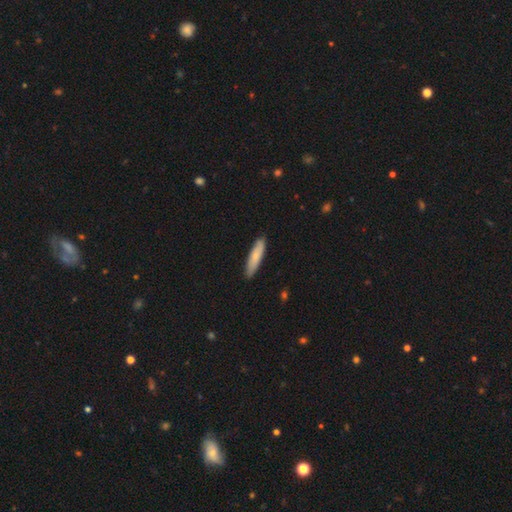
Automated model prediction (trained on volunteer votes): smooth-or-featured: smooth: 76% | featured or disk: 18% | star or artifact: 5%
  how-rounded: cigar-shaped: 78% | in between: 21% | round: 1%
  merging: none: 87% | minor disturbance: 10% | major disturbance: 2% | merger: 1%